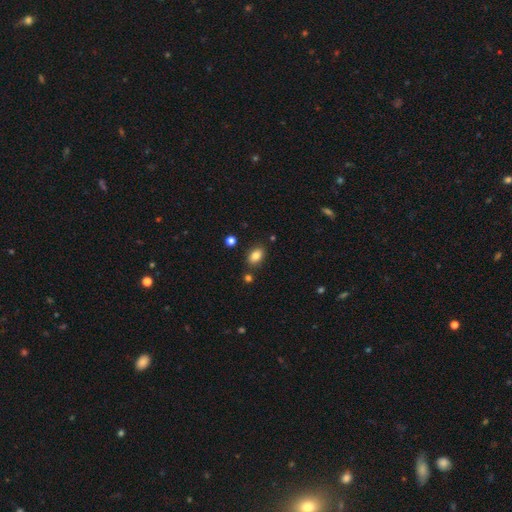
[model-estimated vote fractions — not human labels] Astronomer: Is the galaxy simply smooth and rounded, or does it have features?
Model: smooth — 83%.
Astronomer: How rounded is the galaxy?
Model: in between — 82%.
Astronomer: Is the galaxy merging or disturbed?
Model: none — 83%.